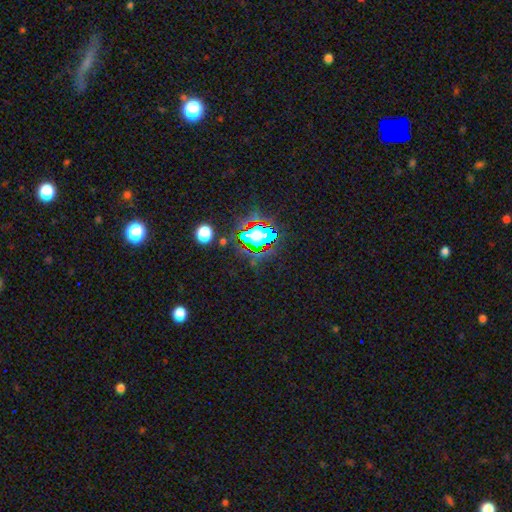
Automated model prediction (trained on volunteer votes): This is likely a star or artifact rather than a galaxy (69%).